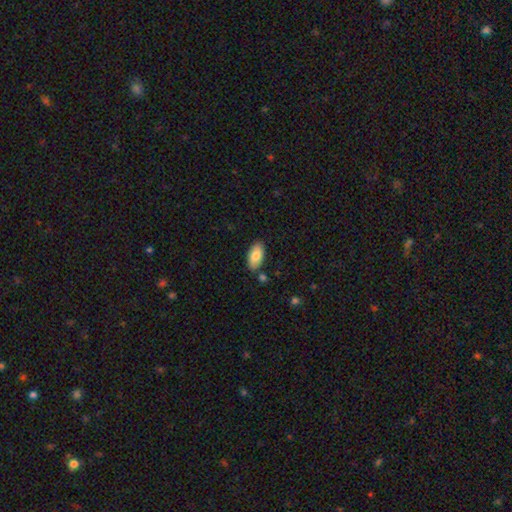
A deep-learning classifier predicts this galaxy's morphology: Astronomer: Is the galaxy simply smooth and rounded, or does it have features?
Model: smooth — 83%.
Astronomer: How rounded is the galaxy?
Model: in between — 94%.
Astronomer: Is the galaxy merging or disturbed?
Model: none — 83%.